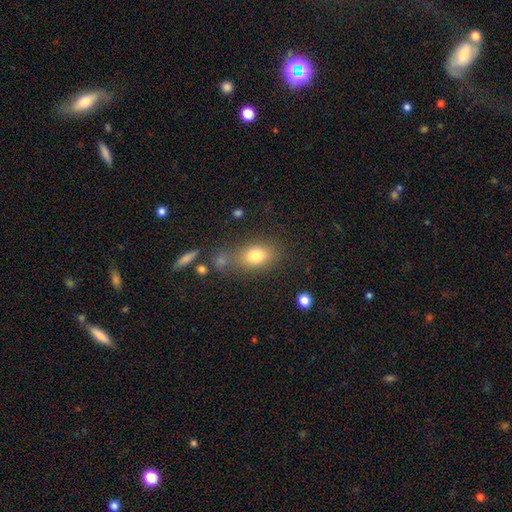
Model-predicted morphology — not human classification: A smooth galaxy with no disk features (78%) that is in between round and cigar-shaped (74%).

Vote fractions:
- Smooth or featured? smooth: 78% / featured or disk: 12% / star or artifact: 11%
- How rounded? in between: 74% / round: 23% / cigar-shaped: 3%
- Merging? none: 62% / minor disturbance: 17% / merger: 12% / major disturbance: 9%